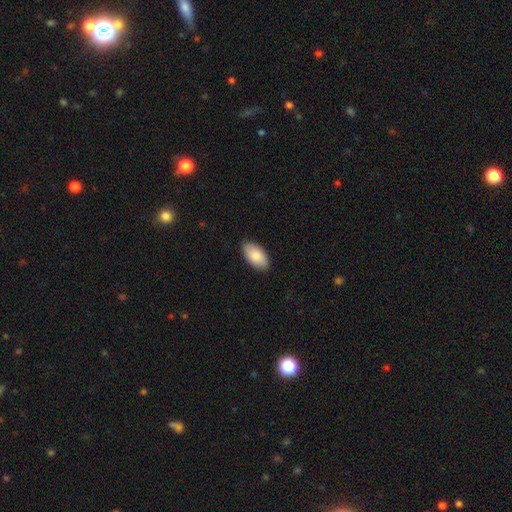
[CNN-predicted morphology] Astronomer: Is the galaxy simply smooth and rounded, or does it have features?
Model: smooth — 87%.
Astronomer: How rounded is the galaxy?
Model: in between — 96%.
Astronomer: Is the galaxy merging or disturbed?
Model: none — 89%.